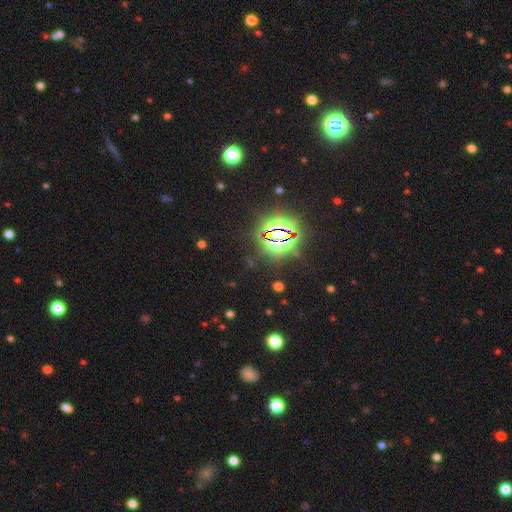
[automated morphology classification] Overall: star or artifact (83%).